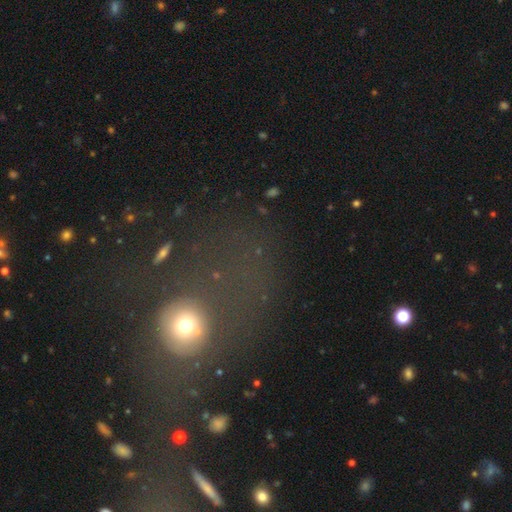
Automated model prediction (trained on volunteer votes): smooth_or_featured: smooth (p=0.42) [alt: star or artifact p=0.39]
merging: none (p=0.48) [alt: major disturbance p=0.25]